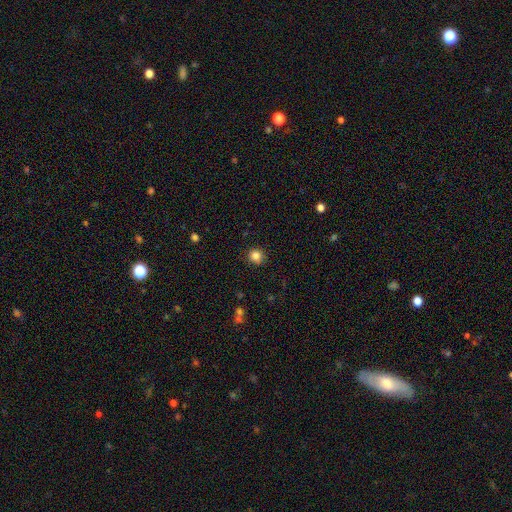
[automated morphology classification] smooth 84%, star or artifact 11%, featured or disk 5%. Down the decision tree: how rounded — round (90%); merging — none (89%).